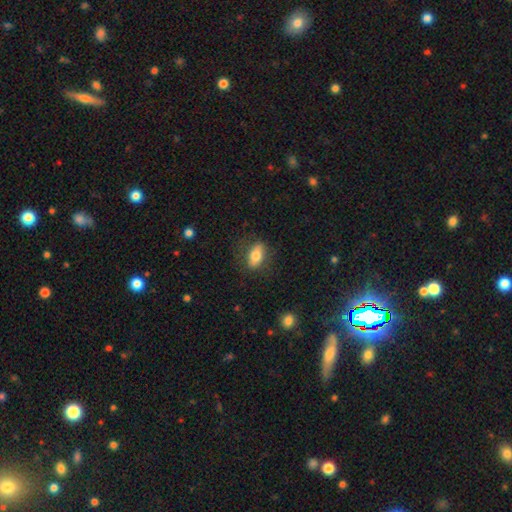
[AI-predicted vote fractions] A smooth galaxy with no disk features (70%) that is in between round and cigar-shaped (82%). Merging: none (77%).